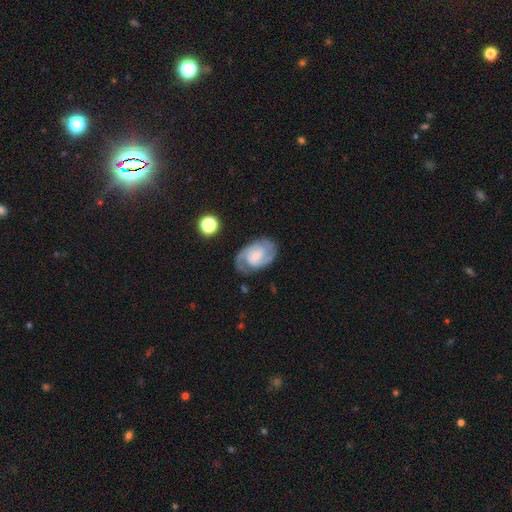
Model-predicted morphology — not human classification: Smooth or featured: featured or disk — 81% (smooth — 13%)
Edge-on disk: no — 97% (yes — 3%)
Bar: no — 51% (weak — 40%)
Spiral arms: yes — 96% (no — 4%)
Spiral winding: tight — 45% (tied with medium — 45%)
Spiral arm count: 2 — 67% (3 — 13%)
Bulge size: small — 36% (moderate — 28%)
Merging: none — 74% (minor disturbance — 18%)